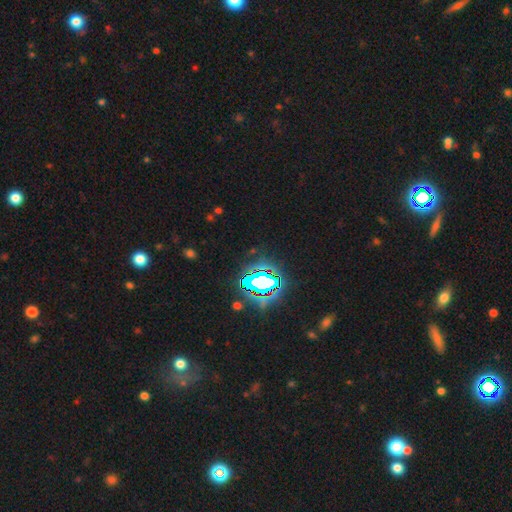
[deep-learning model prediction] Smooth or featured? star or artifact (82%)